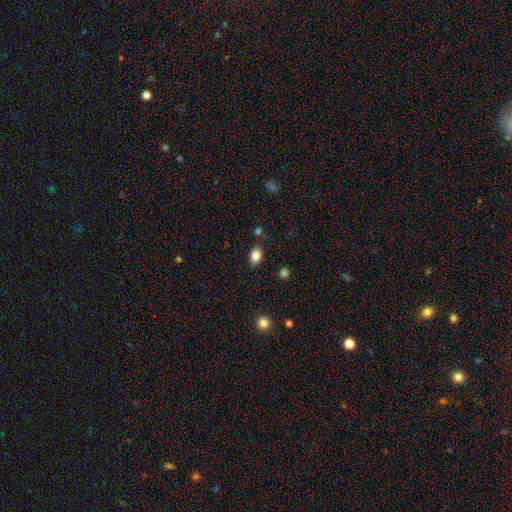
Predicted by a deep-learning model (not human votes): The model was most divided on "how rounded": in between: 80%, round: 18%, cigar-shaped: 1%. More confident: smooth or featured — smooth (85%); merging — none (82%).